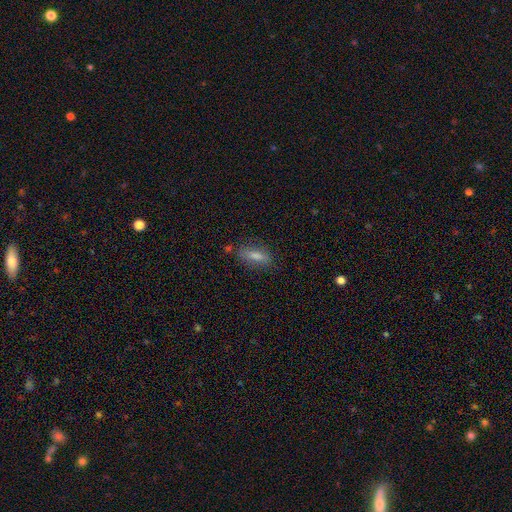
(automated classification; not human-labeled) This appears to be a smooth galaxy with no disk features (66%) that is in between round and cigar-shaped (51%). Merging: none (79%).